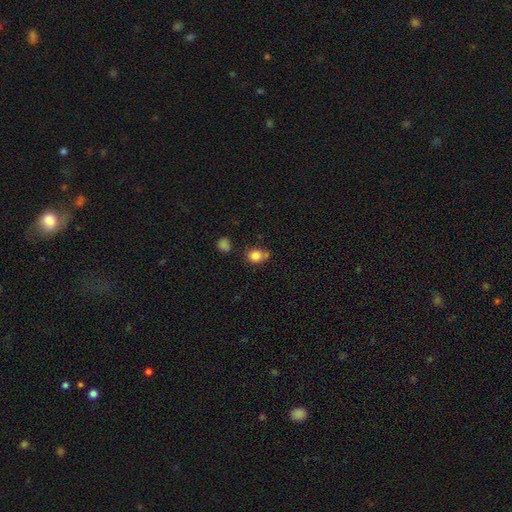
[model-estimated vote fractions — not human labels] smooth_or_featured: smooth (p=0.83) [alt: star or artifact p=0.11]
how_rounded: round (p=0.67) [alt: in between p=0.32]
merging: none (p=0.58) [alt: minor disturbance p=0.20]